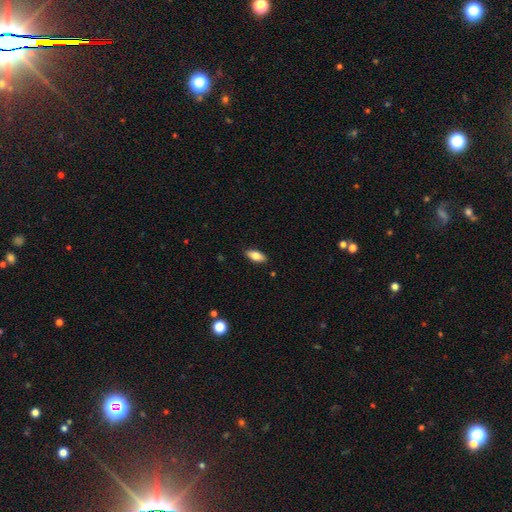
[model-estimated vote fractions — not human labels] smooth_or_featured: smooth (p=0.77) [alt: featured or disk p=0.17]
how_rounded: in between (p=0.83) [alt: cigar-shaped p=0.15]
merging: none (p=0.89) [alt: minor disturbance p=0.08]